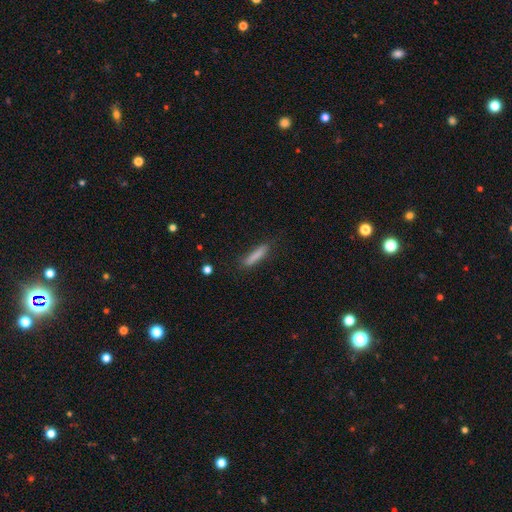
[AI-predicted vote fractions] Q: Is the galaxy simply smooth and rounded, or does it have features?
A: smooth — 81%.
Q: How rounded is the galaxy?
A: cigar-shaped — 86%.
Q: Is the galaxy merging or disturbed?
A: none — 79%.